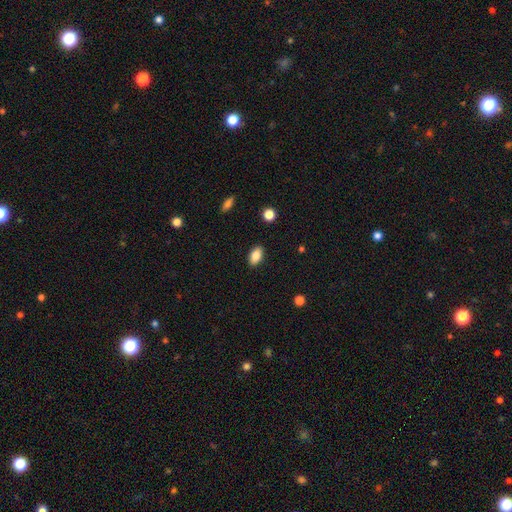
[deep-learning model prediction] Morphology: type=smooth (84%); roundness=in between (91%); merging=none (89%).